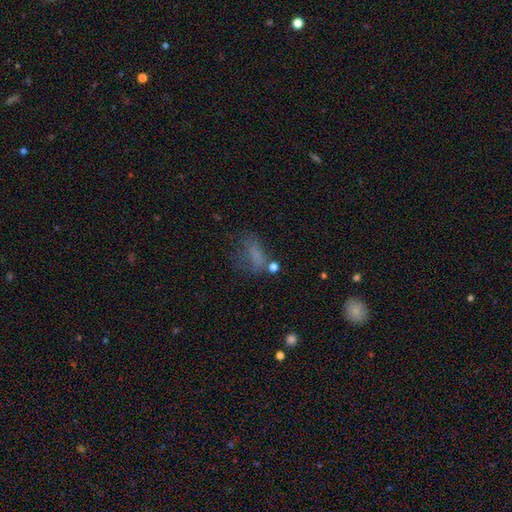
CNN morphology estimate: Overall: smooth (61%). How rounded: in between (73%). Merging: none (39%; major disturbance 30%).